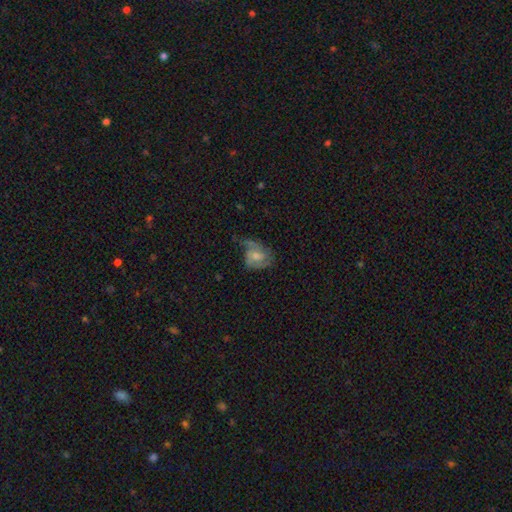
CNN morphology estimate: A featured or disk galaxy (58%) with no bar (53%), spiral arms (82%) and a moderate central bulge (49%). Merging: none (38%).